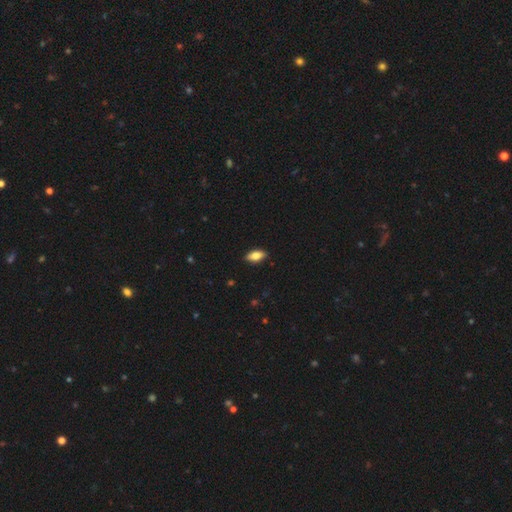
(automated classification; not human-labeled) smooth-or-featured: smooth: 76% | featured or disk: 17% | star or artifact: 7%
  how-rounded: in between: 86% | cigar-shaped: 10% | round: 3%
  merging: none: 89% | minor disturbance: 9% | major disturbance: 2% | merger: 1%